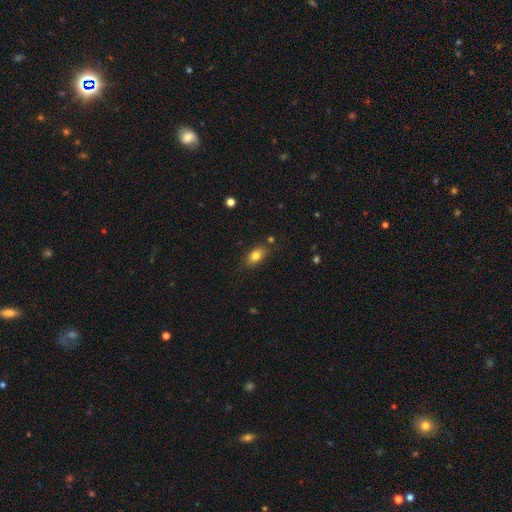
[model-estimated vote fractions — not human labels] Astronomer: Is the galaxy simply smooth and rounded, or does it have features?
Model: smooth — 80%.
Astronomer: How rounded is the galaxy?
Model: in between — 83%.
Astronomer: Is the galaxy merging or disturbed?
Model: none — 78%.